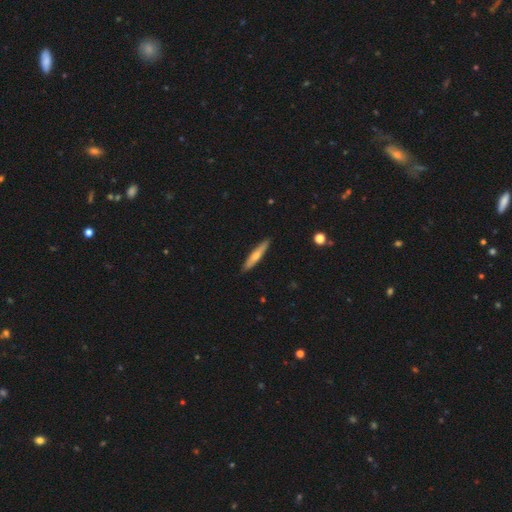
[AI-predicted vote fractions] Overall: smooth (56%; featured or disk 39%). How rounded: cigar-shaped (90%). Merging: none (90%).